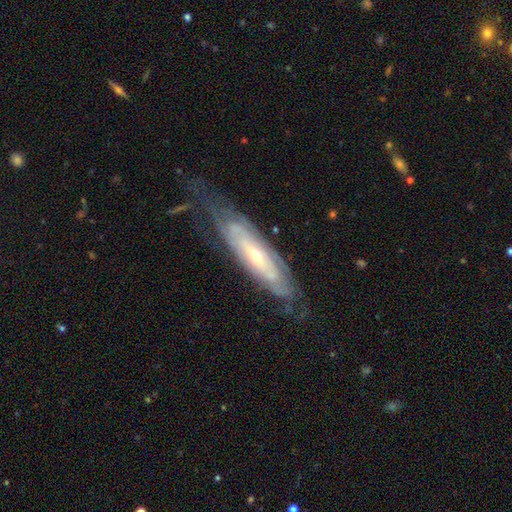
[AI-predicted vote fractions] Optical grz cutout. It shows a featured or disk galaxy (78%) with no bar (60%), spiral arms (82%) and a small central bulge (60%). Merging: none (58%).